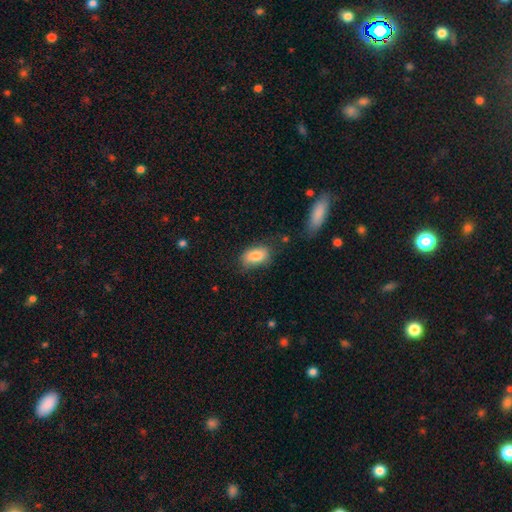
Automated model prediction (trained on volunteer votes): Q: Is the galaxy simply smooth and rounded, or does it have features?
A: smooth — 83%.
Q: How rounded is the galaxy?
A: in between — 90%.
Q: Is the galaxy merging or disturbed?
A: none — 68%.